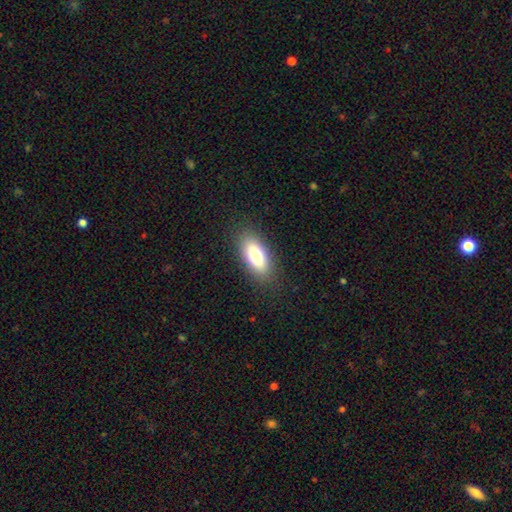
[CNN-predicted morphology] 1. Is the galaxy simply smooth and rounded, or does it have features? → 80% smooth, 13% featured or disk, 8% star or artifact.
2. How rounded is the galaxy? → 83% in between, 14% cigar-shaped, 3% round.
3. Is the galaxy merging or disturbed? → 86% none, 10% minor disturbance, 3% major disturbance, 1% merger.